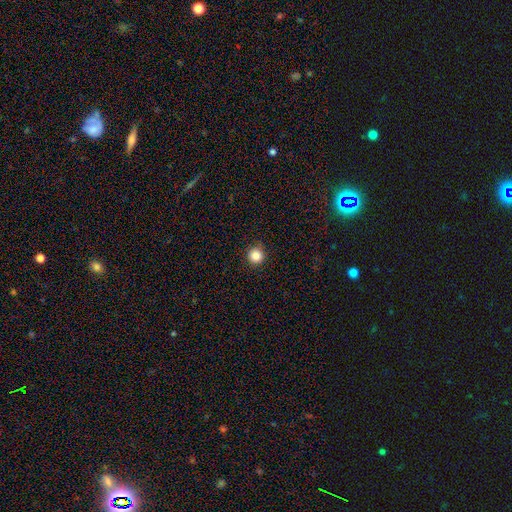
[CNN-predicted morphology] Overall: smooth (86%). How rounded: round (95%). Merging: none (91%).